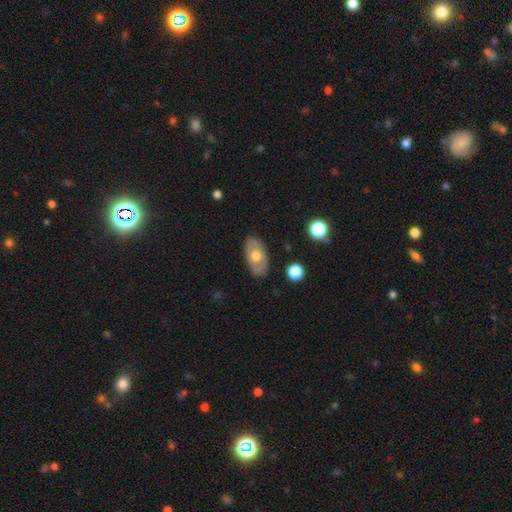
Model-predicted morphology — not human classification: Overall: smooth (53%; featured or disk 41%). How rounded: in between (90%). Merging: none (83%).